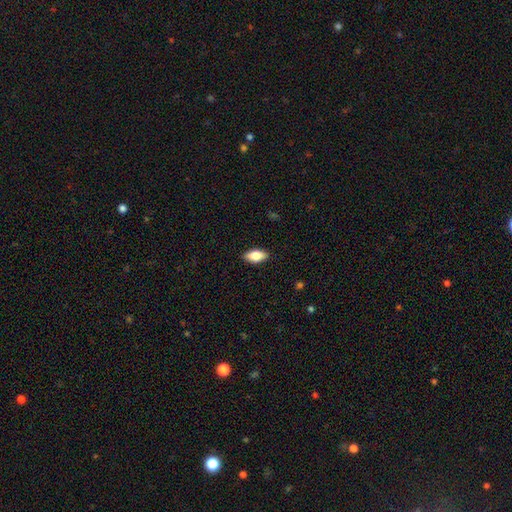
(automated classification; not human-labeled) A smooth galaxy with no disk features (79%) that is in between round and cigar-shaped (88%). Merging: none (89%).